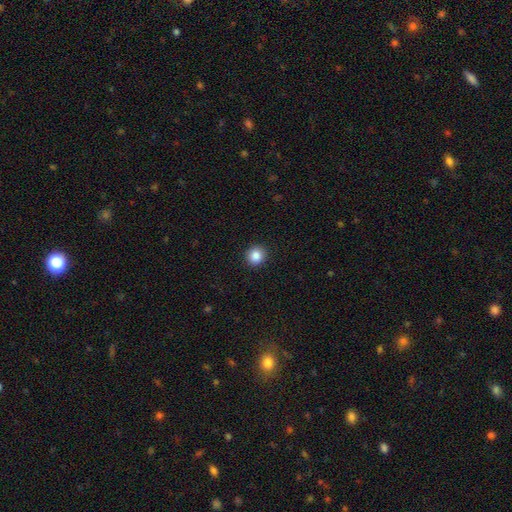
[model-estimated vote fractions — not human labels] This is clearly a smooth galaxy (87%). How rounded: clearly round (90%). Merging: clearly none (92%).